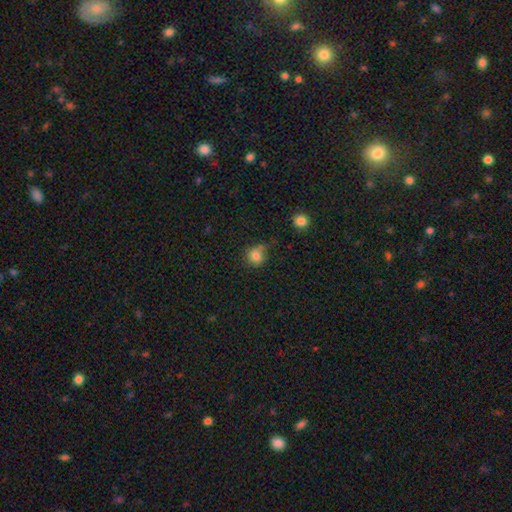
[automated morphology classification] A smooth galaxy with no disk features (81%) that is round (85%).

Vote fractions:
- Smooth or featured? smooth: 81% / star or artifact: 13% / featured or disk: 7%
- How rounded? round: 85% / in between: 14% / cigar-shaped: 1%
- Merging? none: 61% / minor disturbance: 24% / major disturbance: 8% / merger: 7%